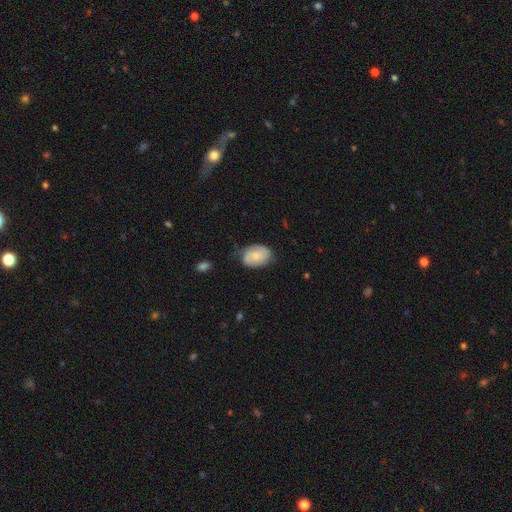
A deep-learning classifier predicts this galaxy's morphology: smooth 62%, featured or disk 32%, star or artifact 7%. Down the decision tree: how rounded — in between (81%); merging — none (64%).